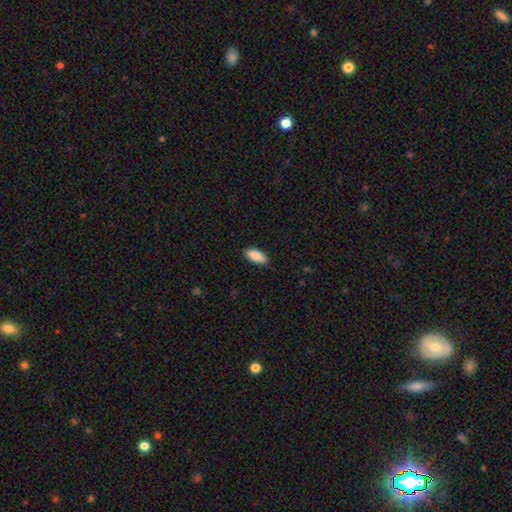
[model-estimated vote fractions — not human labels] smooth_or_featured: smooth (p=0.90) [alt: star or artifact p=0.06]
how_rounded: in between (p=0.87) [alt: cigar-shaped p=0.11]
merging: none (p=0.88) [alt: minor disturbance p=0.09]